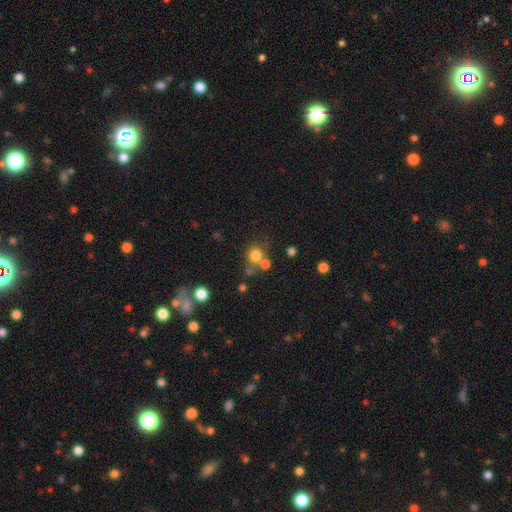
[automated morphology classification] This is likely a smooth galaxy (76%). How rounded: clearly round (86%). Merging: possibly none (56%).